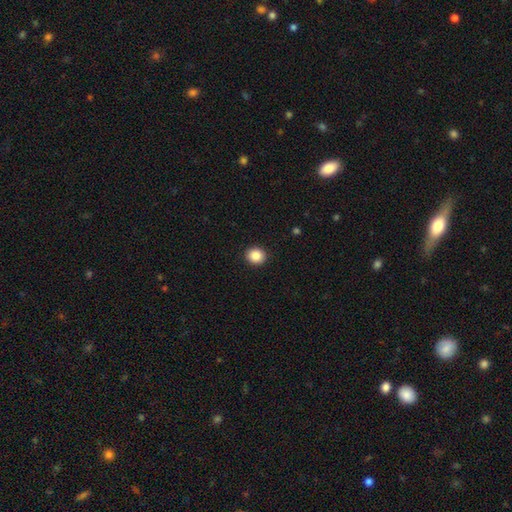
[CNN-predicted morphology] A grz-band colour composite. It shows a smooth galaxy with no disk features (86%) that is round (80%). Merging: none (93%).